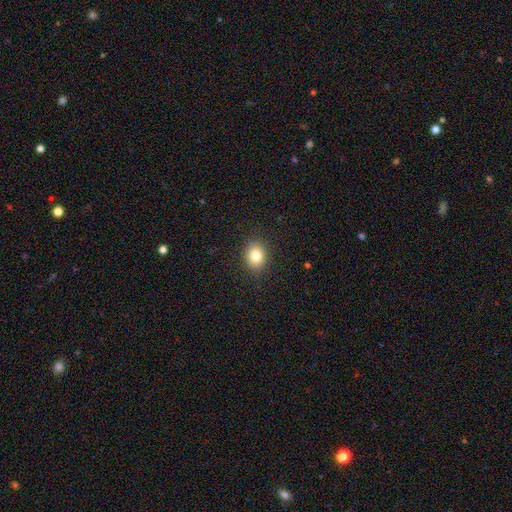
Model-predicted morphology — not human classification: The model was most divided on "how rounded": round: 53%, in between: 46%, cigar-shaped: 1%. More confident: merging — none (89%); smooth or featured — smooth (81%).